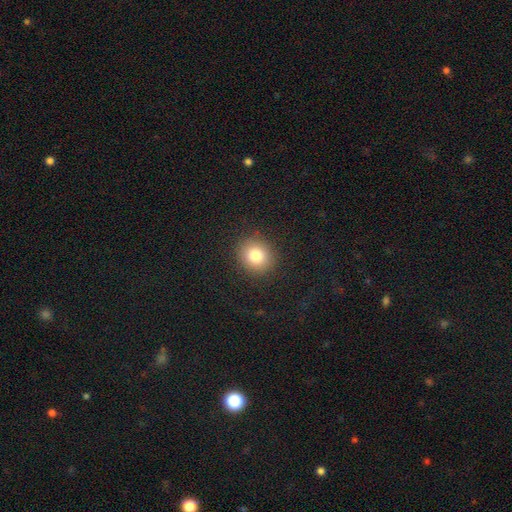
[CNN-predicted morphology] Smooth or featured? smooth (81%)
How rounded? round (81%)
Merging? none (89%)